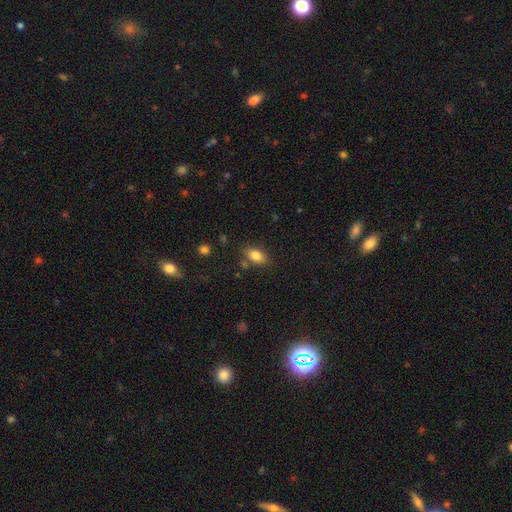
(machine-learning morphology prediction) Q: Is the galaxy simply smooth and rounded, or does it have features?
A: smooth — 83%.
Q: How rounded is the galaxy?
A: in between — 87%.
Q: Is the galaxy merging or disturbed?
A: none — 78%.